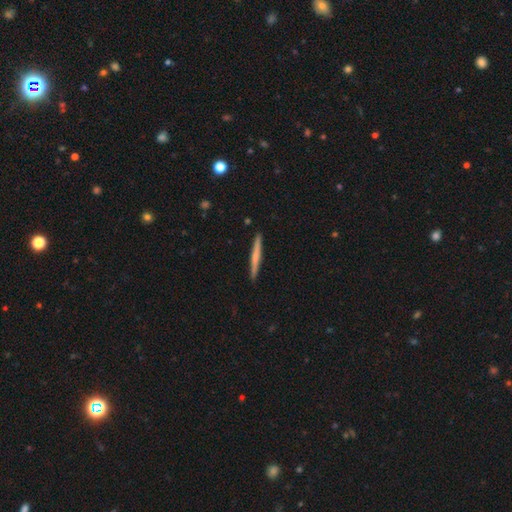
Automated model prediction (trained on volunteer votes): Smooth or featured? Predicted: smooth (p=0.51). How rounded? Predicted: cigar-shaped (p=0.96). Merging? Predicted: none (p=0.92).